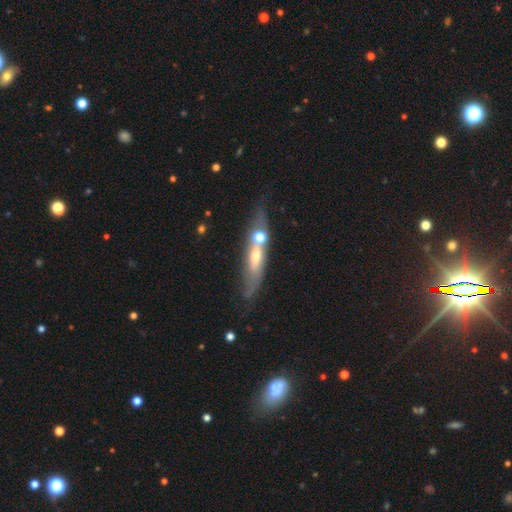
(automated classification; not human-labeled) smooth_or_featured: featured or disk (p=0.54) [alt: smooth p=0.36]
disk_edge_on: yes (p=0.60) [alt: no p=0.40]
merging: none (p=0.49) [alt: merger p=0.27]